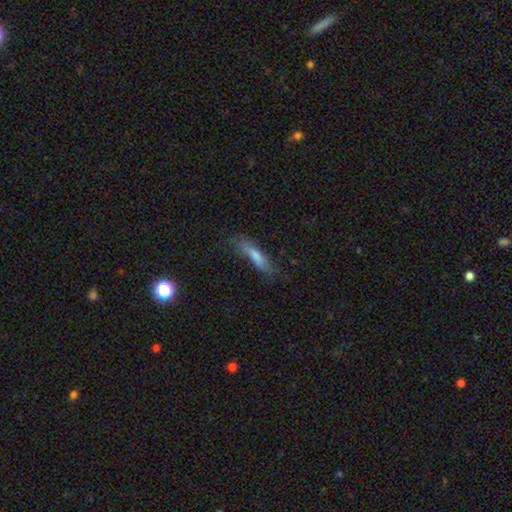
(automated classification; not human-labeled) Smooth or featured: smooth — 64% (featured or disk — 26%)
How rounded: cigar-shaped — 78% (in between — 20%)
Merging: none — 67% (minor disturbance — 22%)